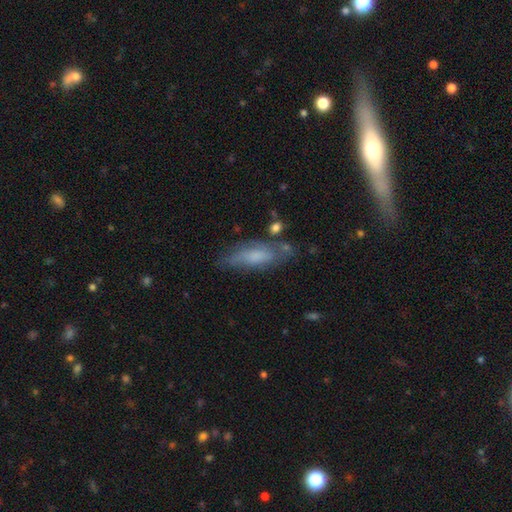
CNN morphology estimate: Smooth or featured? smooth (57%)
How rounded? in between (59%)
Merging? none (59%)